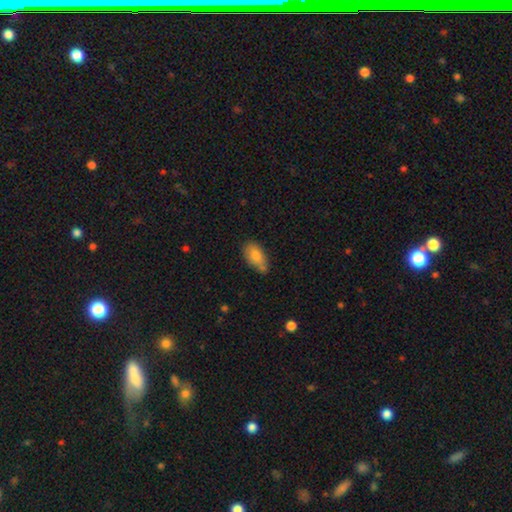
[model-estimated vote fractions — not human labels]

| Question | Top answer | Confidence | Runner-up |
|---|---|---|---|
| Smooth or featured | smooth | 80% | featured or disk (13%) |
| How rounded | in between | 91% | cigar-shaped (5%) |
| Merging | none | 55% | minor disturbance (32%) |